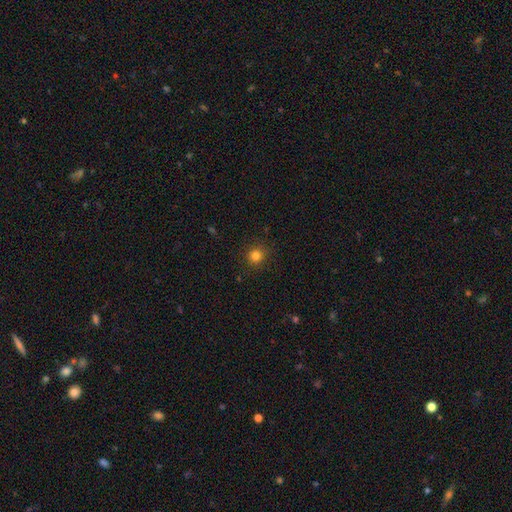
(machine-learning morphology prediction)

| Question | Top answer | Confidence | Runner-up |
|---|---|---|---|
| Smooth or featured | smooth | 81% | star or artifact (14%) |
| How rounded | round | 91% | in between (8%) |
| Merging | none | 89% | minor disturbance (7%) |